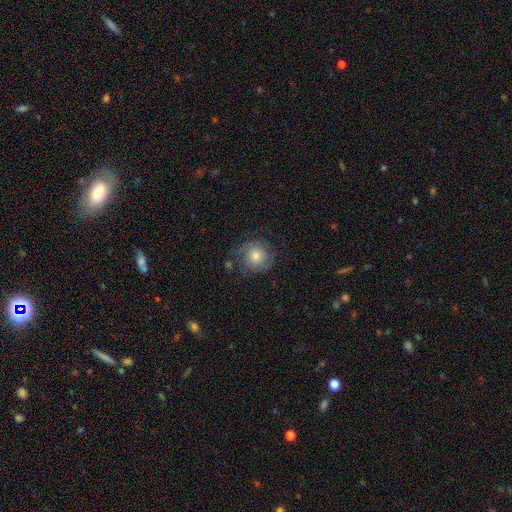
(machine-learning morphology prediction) A smooth galaxy with no disk features (47%).

Vote fractions:
- Smooth or featured? smooth: 47% / featured or disk: 42% / star or artifact: 11%
- Merging? none: 70% / minor disturbance: 18% / major disturbance: 10% / merger: 2%